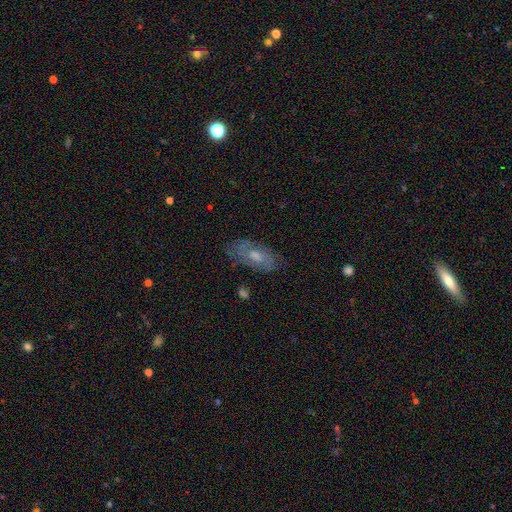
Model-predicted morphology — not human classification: smooth_or_featured: featured or disk (p=0.52) [alt: smooth p=0.35]
disk_edge_on: no (p=0.86) [alt: yes p=0.14]
merging: none (p=0.75) [alt: minor disturbance p=0.18]